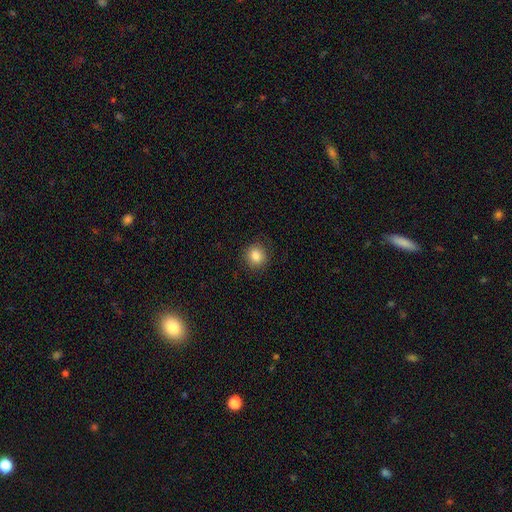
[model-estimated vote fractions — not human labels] Smooth or featured: smooth — 84% (star or artifact — 10%)
How rounded: round — 88% (in between — 11%)
Merging: none — 89% (minor disturbance — 8%)